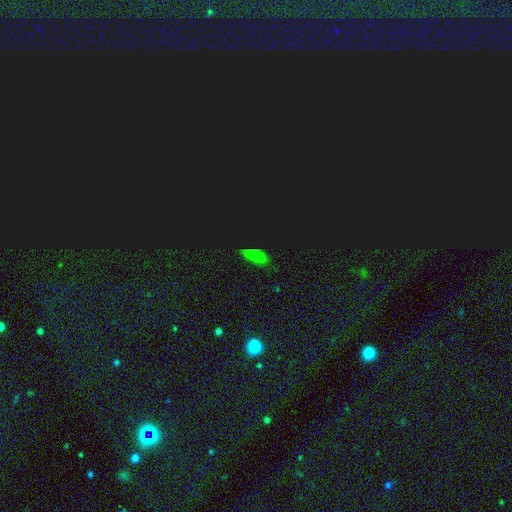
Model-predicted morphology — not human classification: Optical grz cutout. It shows a star or artifact, not a galaxy (49%).